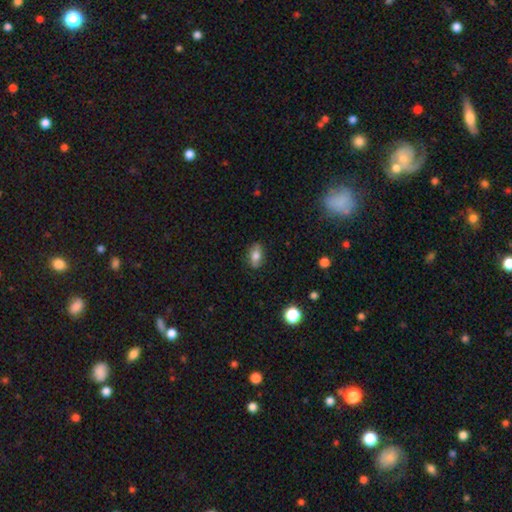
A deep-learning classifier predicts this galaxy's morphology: This appears to be a smooth galaxy with no disk features (73%) that is in between round and cigar-shaped (86%). Merging: none (83%).